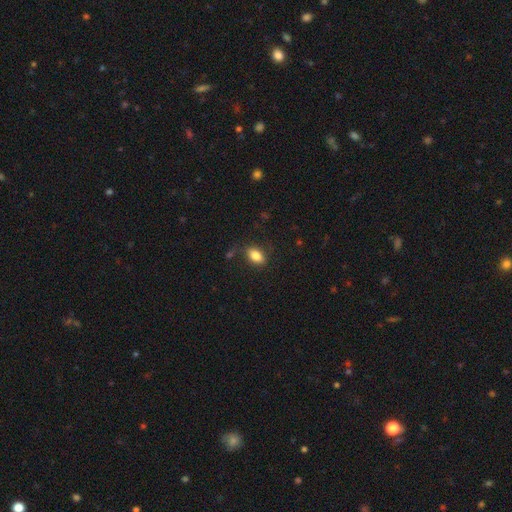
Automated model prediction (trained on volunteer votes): Smooth or featured: smooth — 84% (star or artifact — 8%)
How rounded: in between — 88% (round — 9%)
Merging: none — 80% (minor disturbance — 13%)